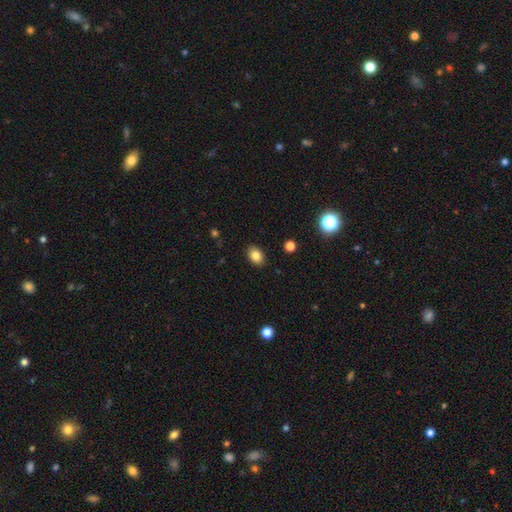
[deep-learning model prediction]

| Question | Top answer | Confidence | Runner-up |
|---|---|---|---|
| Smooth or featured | smooth | 83% | star or artifact (10%) |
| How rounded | in between | 76% | round (23%) |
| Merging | none | 89% | minor disturbance (8%) |